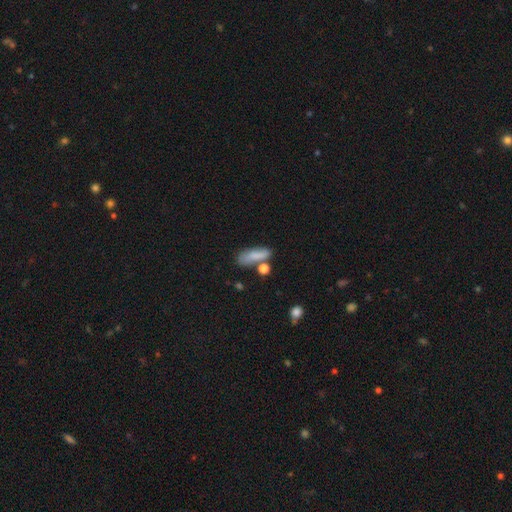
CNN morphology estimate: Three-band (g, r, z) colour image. It shows a smooth galaxy with no disk features (77%) that is in between round and cigar-shaped (66%). Merging: none (50%).